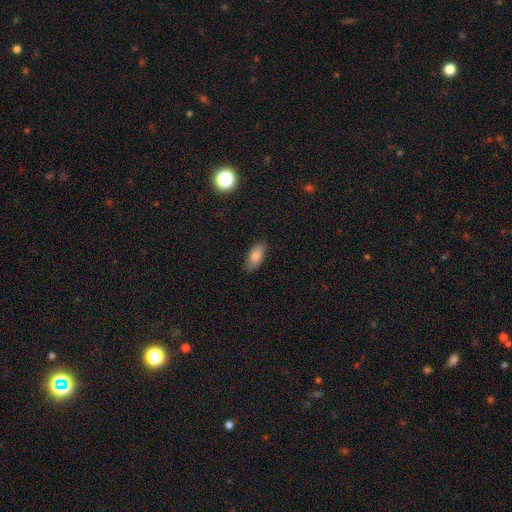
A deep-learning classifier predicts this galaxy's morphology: This appears to be a smooth galaxy with no disk features (84%) that is in between round and cigar-shaped (86%). Merging: none (83%).